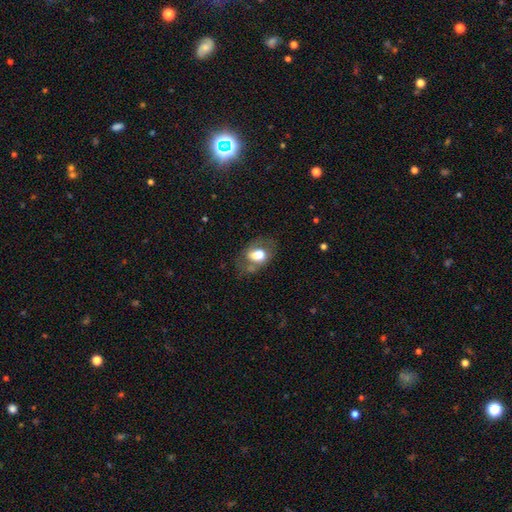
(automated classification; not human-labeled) smooth 58%, featured or disk 33%, star or artifact 9%. Down the decision tree: how rounded — in between (78%); merging — none (46%).